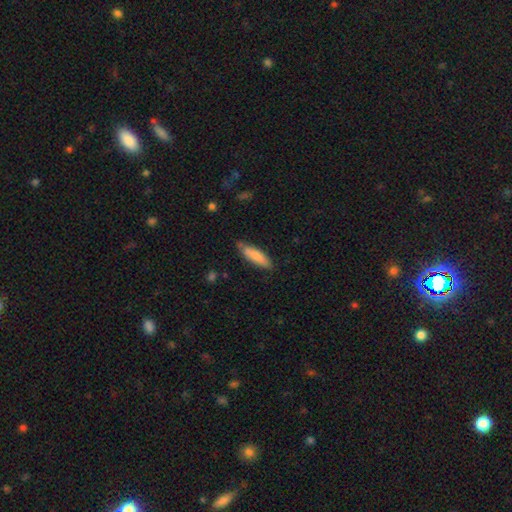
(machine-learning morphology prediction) Smooth or featured? smooth (83%)
How rounded? cigar-shaped (63%)
Merging? none (74%)